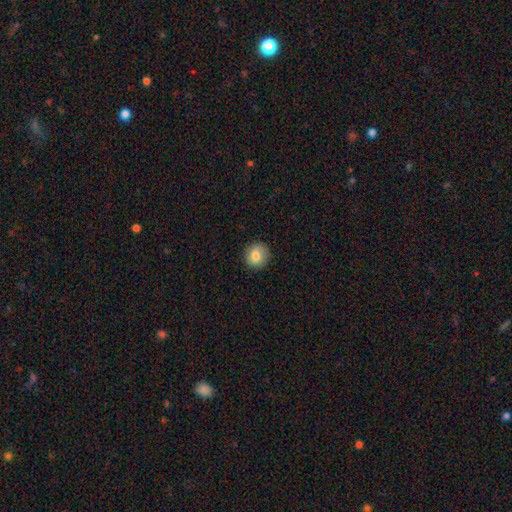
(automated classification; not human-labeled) smooth_or_featured: smooth (p=0.82) [alt: featured or disk p=0.09]
how_rounded: round (p=0.90) [alt: in between p=0.09]
merging: none (p=0.90) [alt: minor disturbance p=0.07]